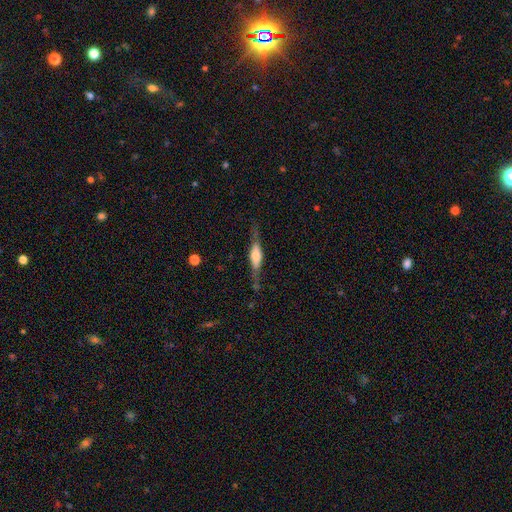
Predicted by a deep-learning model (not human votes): Smooth or featured?
  - featured or disk: 65% *
  - smooth: 28%
  - star or artifact: 7%
Edge-on disk?
  - yes: 95% *
  - no: 5%
Edge-on bulge?
  - rounded: 63% *
  - boxy: 32%
  - none: 4%
Merging?
  - none: 76% *
  - minor disturbance: 16%
  - major disturbance: 6%
  - merger: 2%